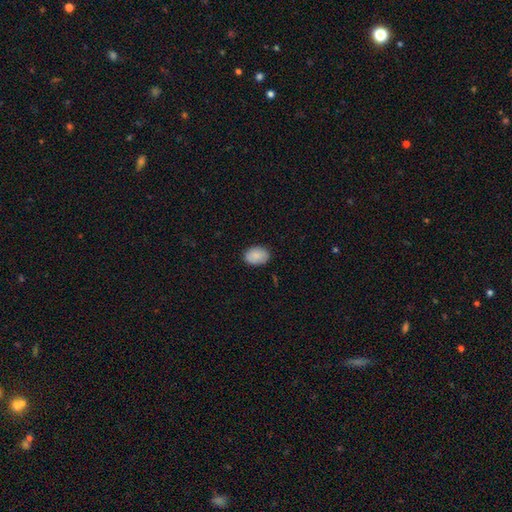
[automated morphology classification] This appears to be a smooth galaxy with no disk features (88%) that is in between round and cigar-shaped (80%). Merging: none (86%).